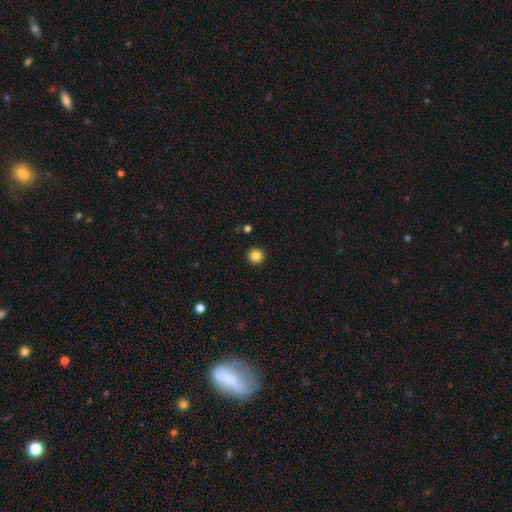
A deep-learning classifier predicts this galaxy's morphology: Smooth or featured: smooth — 84% (star or artifact — 11%)
How rounded: round — 95% (in between — 4%)
Merging: none — 93% (minor disturbance — 4%)